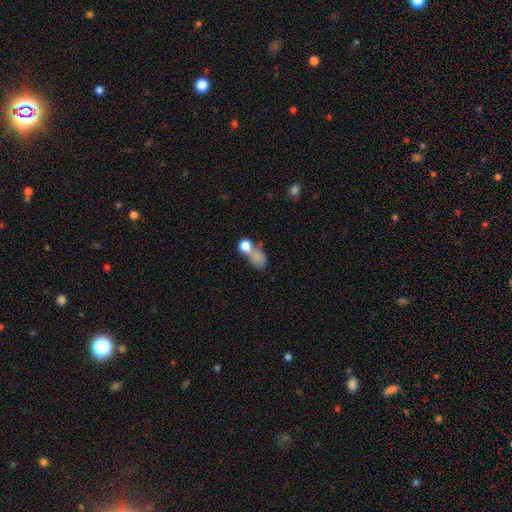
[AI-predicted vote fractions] Smooth or featured: smooth — 76% (featured or disk — 14%)
How rounded: in between — 56% (round — 41%)
Merging: merger — 57% (none — 23%)